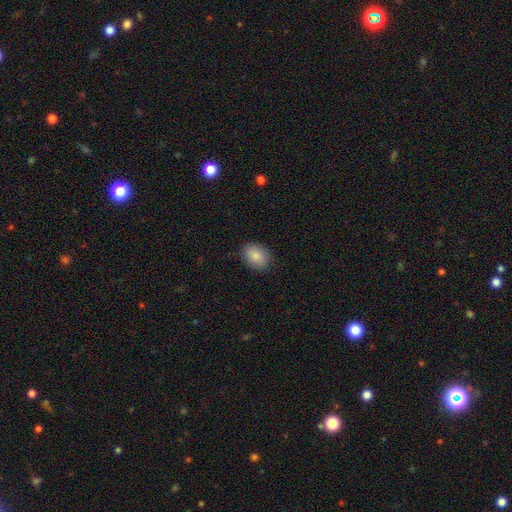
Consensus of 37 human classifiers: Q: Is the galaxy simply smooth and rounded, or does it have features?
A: smooth — 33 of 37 (89%).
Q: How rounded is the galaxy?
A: in between — 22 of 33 (67%).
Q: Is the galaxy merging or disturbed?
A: none — 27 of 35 (77%).